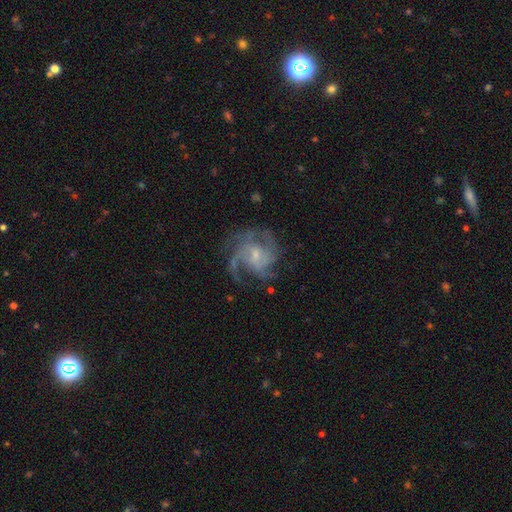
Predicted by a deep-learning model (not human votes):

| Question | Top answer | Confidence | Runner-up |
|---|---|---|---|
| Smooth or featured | featured or disk | 85% | smooth (8%) |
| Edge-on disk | no | 98% | yes (2%) |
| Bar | no | 51% | weak (42%) |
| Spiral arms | yes | 95% | no (5%) |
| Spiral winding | medium | 50% | tight (30%) |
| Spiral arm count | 3 | 35% | can't tell (20%) |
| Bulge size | small | 65% | moderate (26%) |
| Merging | none | 63% | major disturbance (18%) |